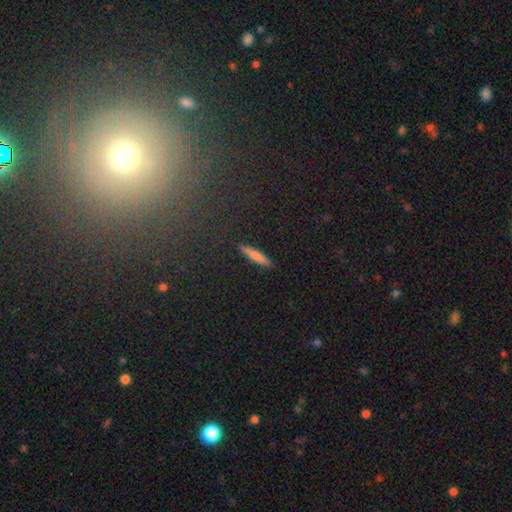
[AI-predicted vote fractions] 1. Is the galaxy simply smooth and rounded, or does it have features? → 78% smooth, 15% featured or disk, 7% star or artifact.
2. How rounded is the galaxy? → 88% cigar-shaped, 10% in between, 2% round.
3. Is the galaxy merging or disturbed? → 90% none, 7% minor disturbance, 2% major disturbance, 1% merger.